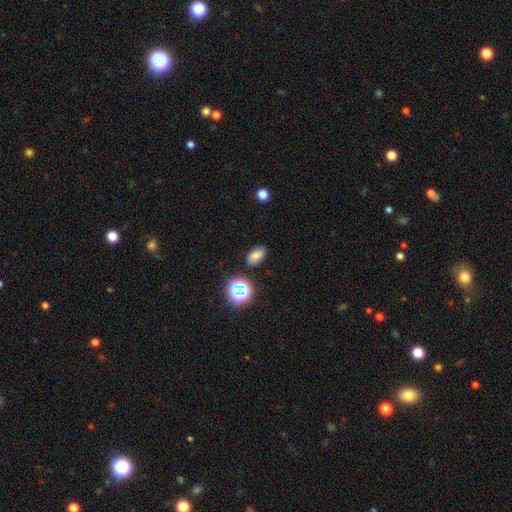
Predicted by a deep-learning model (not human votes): A smooth galaxy with no disk features (67%) that is in between round and cigar-shaped (86%).

Vote fractions:
- Smooth or featured? smooth: 67% / star or artifact: 19% / featured or disk: 14%
- How rounded? in between: 86% / round: 12% / cigar-shaped: 2%
- Merging? none: 82% / minor disturbance: 13% / major disturbance: 3% / merger: 2%